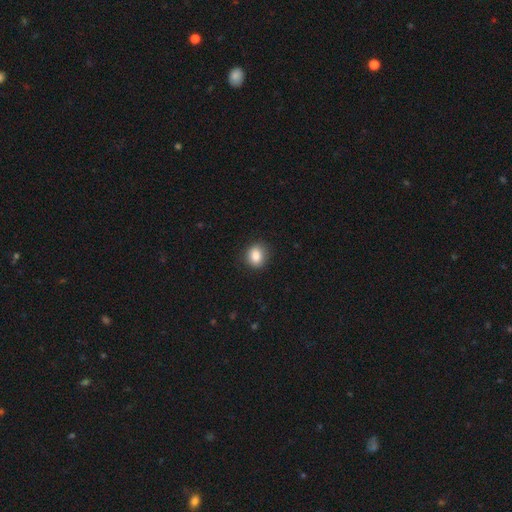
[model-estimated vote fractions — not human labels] smooth_or_featured: smooth (p=0.85) [alt: star or artifact p=0.09]
how_rounded: round (p=0.63) [alt: in between p=0.36]
merging: none (p=0.87) [alt: minor disturbance p=0.10]